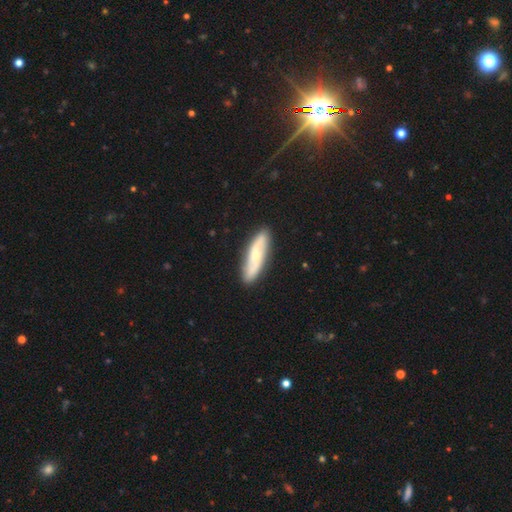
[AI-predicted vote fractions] Smooth or featured?
  - featured or disk: 55% *
  - smooth: 39%
  - star or artifact: 5%
Edge-on disk?
  - no: 73% *
  - yes: 27%
Merging?
  - none: 88% *
  - minor disturbance: 9%
  - major disturbance: 2%
  - merger: 1%